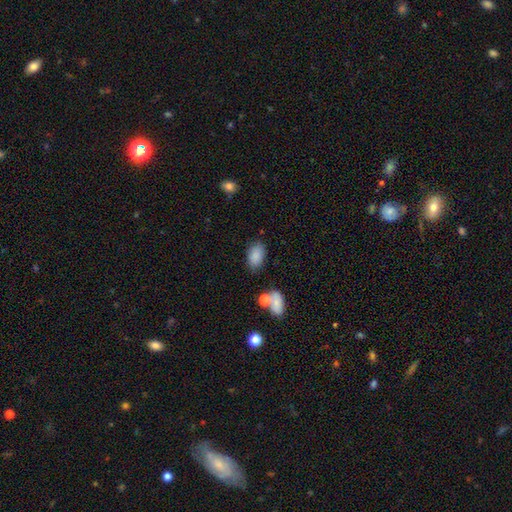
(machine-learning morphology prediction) Smooth or featured? Predicted: smooth (p=0.86). How rounded? Predicted: in between (p=0.91). Merging? Predicted: none (p=0.76).